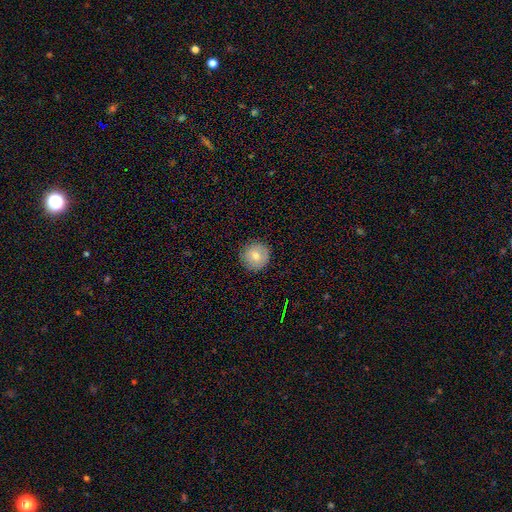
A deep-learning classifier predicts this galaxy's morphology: Overall: smooth (73%). How rounded: round (94%). Merging: none (89%).